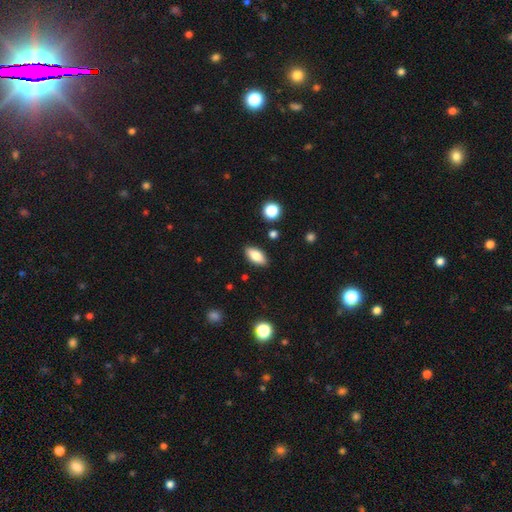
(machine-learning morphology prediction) Smooth or featured? smooth (79%)
How rounded? in between (86%)
Merging? none (87%)